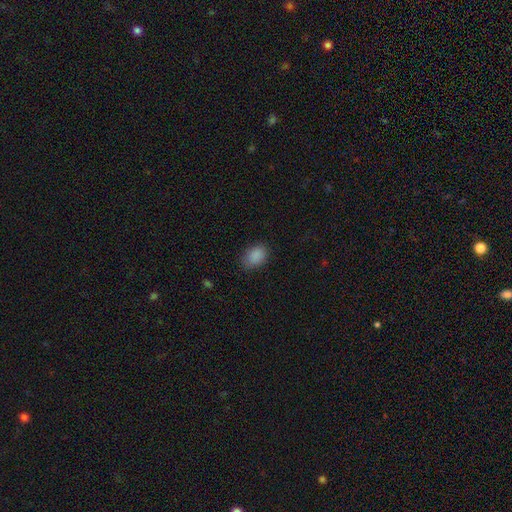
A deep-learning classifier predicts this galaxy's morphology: Smooth or featured? Predicted: smooth (p=0.88). How rounded? Predicted: in between (p=0.81). Merging? Predicted: none (p=0.81).